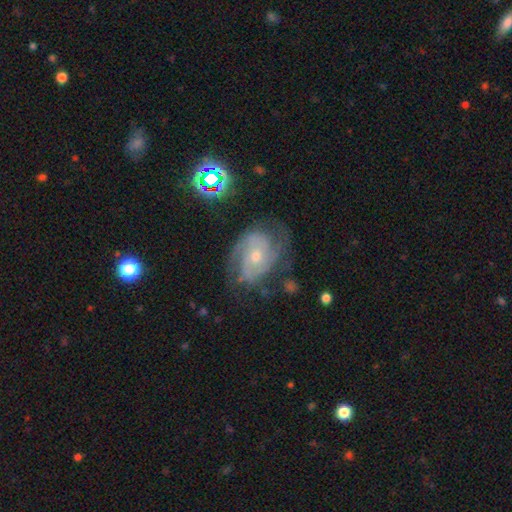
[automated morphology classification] This appears to be a featured or disk galaxy (81%) with no bar (69%), 2 (48%) tight (47%) spiral arms (93%) and a small central bulge (54%). Merging: none (62%).